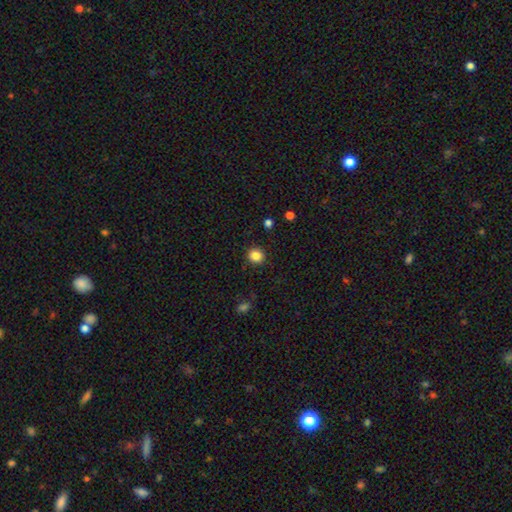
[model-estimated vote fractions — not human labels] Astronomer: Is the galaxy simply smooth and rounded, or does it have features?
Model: smooth — 85%.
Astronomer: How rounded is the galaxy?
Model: round — 89%.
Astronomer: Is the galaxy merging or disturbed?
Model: none — 90%.